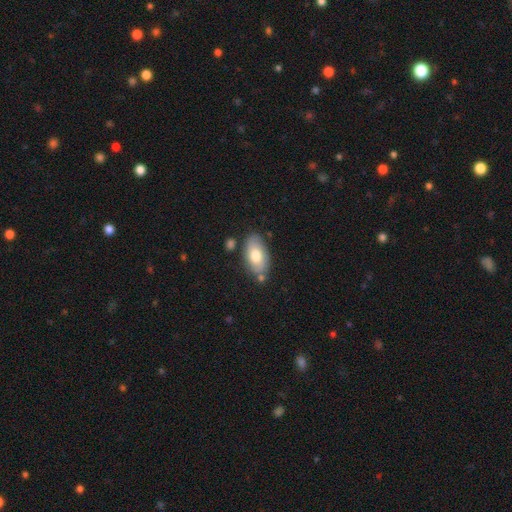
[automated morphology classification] smooth-or-featured: smooth: 73% | featured or disk: 21% | star or artifact: 6%
  how-rounded: in between: 93% | round: 4% | cigar-shaped: 3%
  merging: none: 74% | minor disturbance: 16% | merger: 7% | major disturbance: 4%